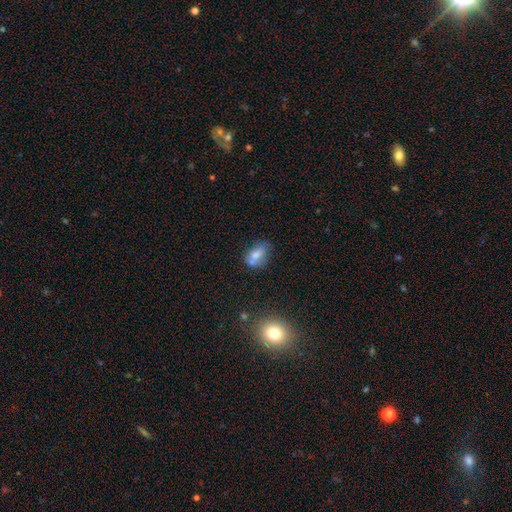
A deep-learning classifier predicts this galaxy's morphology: smooth-or-featured: smooth: 67% | featured or disk: 21% | star or artifact: 12%
  how-rounded: in between: 79% | round: 17% | cigar-shaped: 4%
  merging: none: 42% | merger: 27% | minor disturbance: 22% | major disturbance: 9%